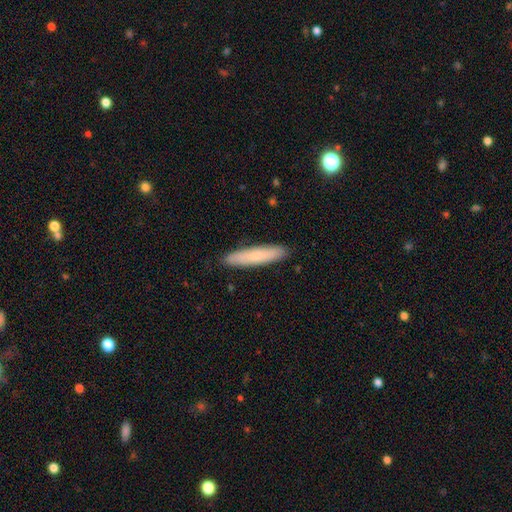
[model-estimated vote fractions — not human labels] The model was most divided on "smooth or featured": smooth: 77%, featured or disk: 17%, star or artifact: 6%. More confident: merging — none (89%); how rounded — cigar-shaped (89%).